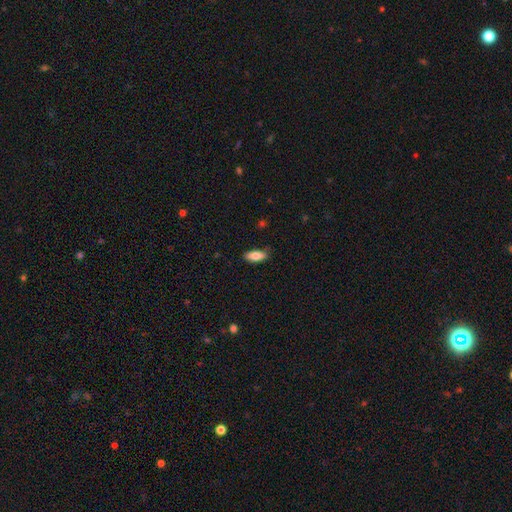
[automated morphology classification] Smooth or featured? smooth (80%)
How rounded? in between (77%)
Merging? none (83%)